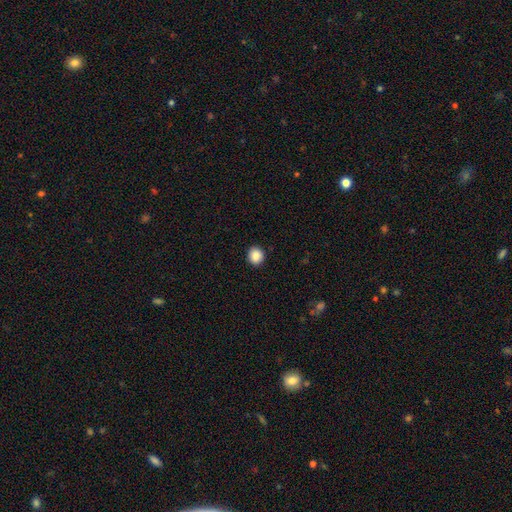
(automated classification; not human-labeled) Morphology: type=smooth (88%); roundness=round (84%); merging=none (92%).